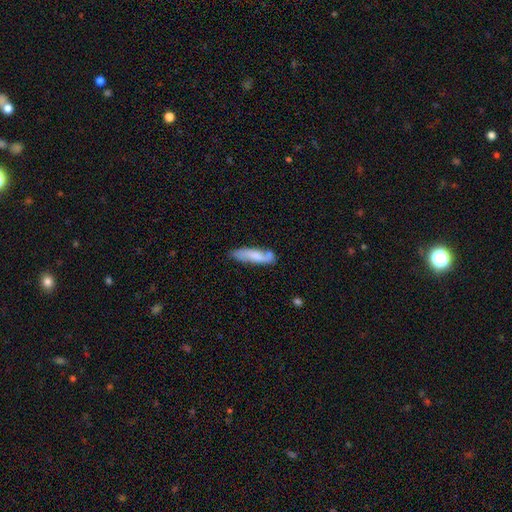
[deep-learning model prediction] Q: Smooth or featured?
A: smooth (66%); runner-up: featured or disk (27%)
Q: How rounded?
A: cigar-shaped (68%); runner-up: in between (30%)
Q: Merging?
A: none (59%); runner-up: minor disturbance (24%)